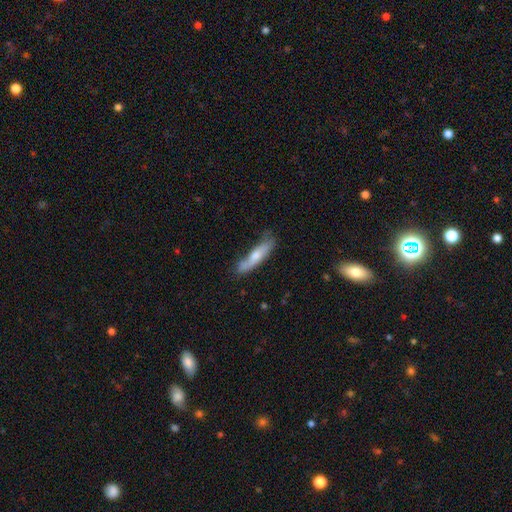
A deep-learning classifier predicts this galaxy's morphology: Overall: smooth (57%; featured or disk 37%). How rounded: cigar-shaped (81%). Merging: none (62%; minor disturbance 26%).